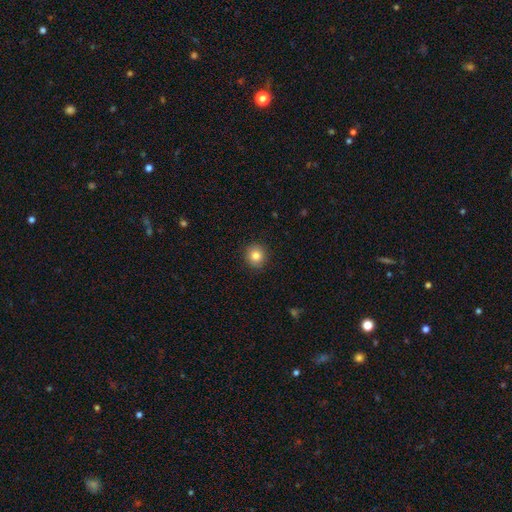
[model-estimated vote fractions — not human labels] Overall: smooth (84%). How rounded: round (89%). Merging: none (90%).